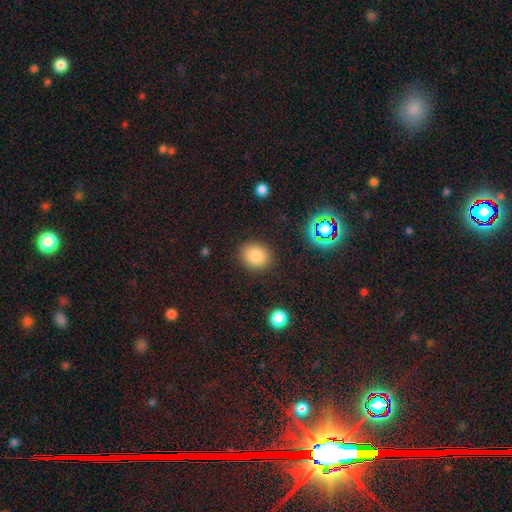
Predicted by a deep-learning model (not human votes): Q: Smooth or featured?
A: smooth (83%); runner-up: star or artifact (11%)
Q: How rounded?
A: round (71%); runner-up: in between (28%)
Q: Merging?
A: none (88%); runner-up: minor disturbance (8%)